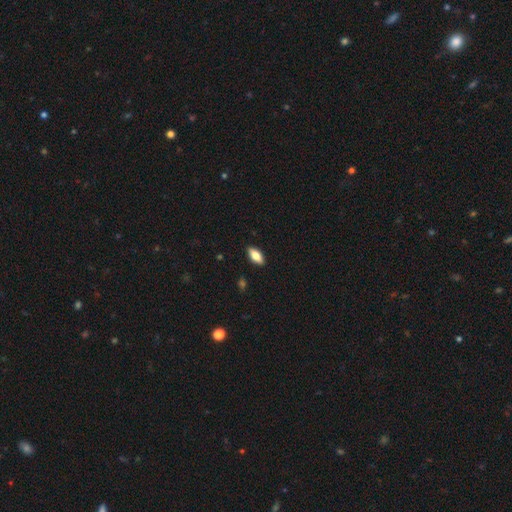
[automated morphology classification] Q: Smooth or featured?
A: smooth (76%); runner-up: featured or disk (18%)
Q: How rounded?
A: in between (85%); runner-up: cigar-shaped (13%)
Q: Merging?
A: none (89%); runner-up: minor disturbance (8%)